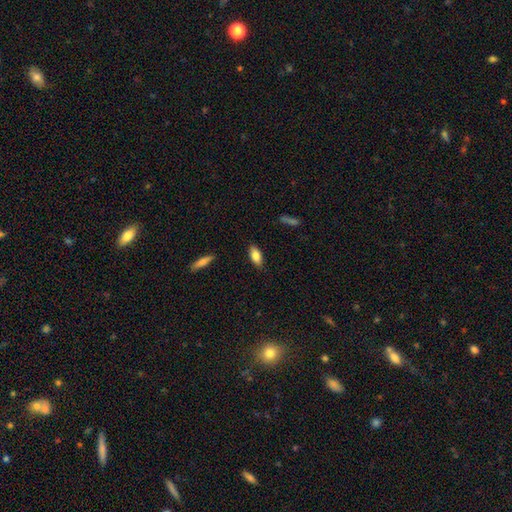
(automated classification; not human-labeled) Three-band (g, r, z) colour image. It shows a smooth galaxy with no disk features (80%) that is in between round and cigar-shaped (85%). Merging: none (87%).